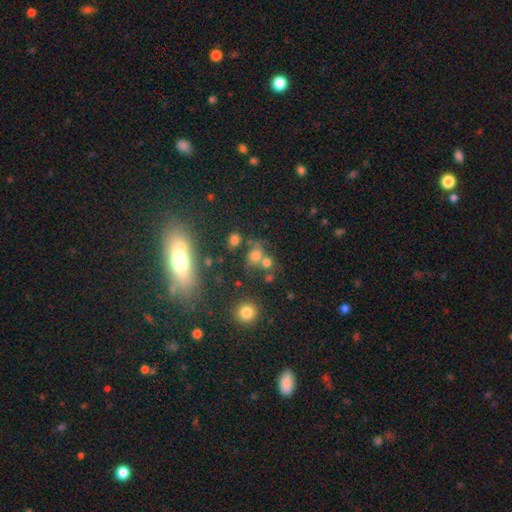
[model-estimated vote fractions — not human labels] Q: Smooth or featured?
A: smooth (64%); runner-up: star or artifact (21%)
Q: How rounded?
A: round (63%); runner-up: in between (34%)
Q: Merging?
A: none (44%); runner-up: merger (35%)